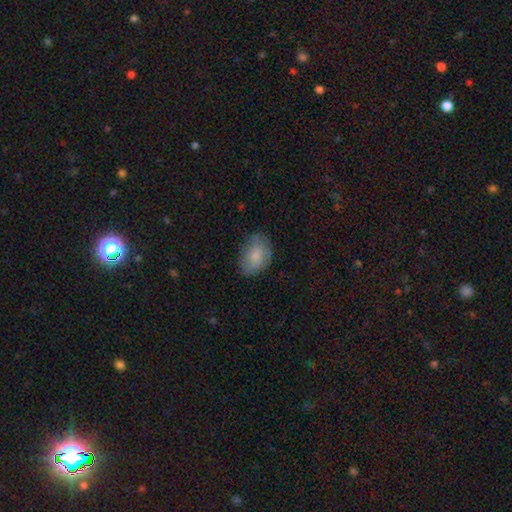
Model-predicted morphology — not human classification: Overall: smooth (76%). How rounded: in between (83%). Merging: none (69%).